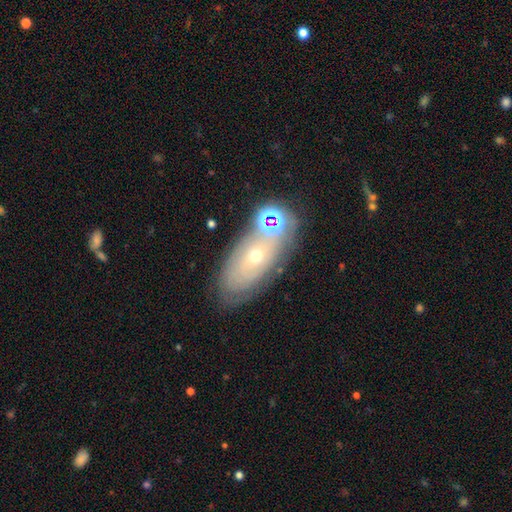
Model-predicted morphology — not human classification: Overall: featured or disk (51%; smooth 30%). Edge-on disk: no (87%). Merging: none (64%).